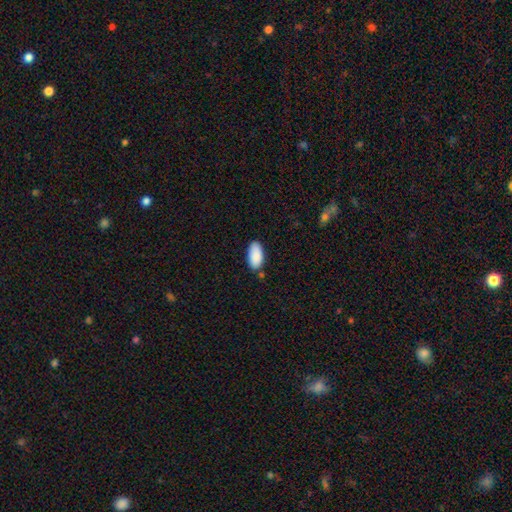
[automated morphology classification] This is clearly a smooth galaxy (89%). How rounded: clearly in between (94%). Merging: likely none (79%).